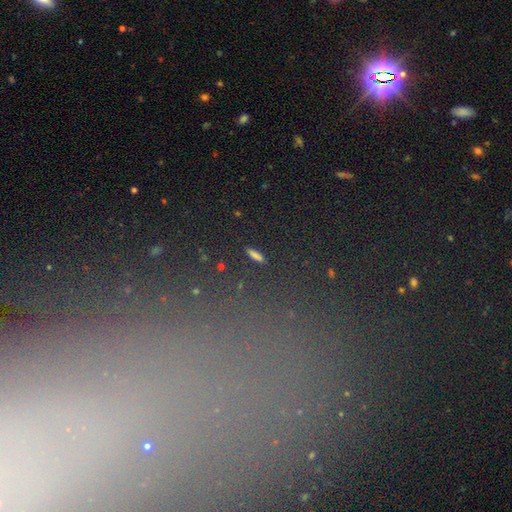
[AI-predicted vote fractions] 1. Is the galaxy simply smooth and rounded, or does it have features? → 43% star or artifact, 40% smooth, 17% featured or disk.